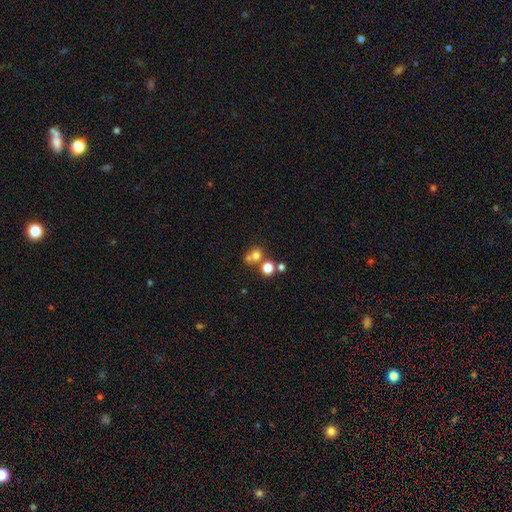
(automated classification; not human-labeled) smooth-or-featured: smooth: 71% | star or artifact: 18% | featured or disk: 12%
  how-rounded: round: 84% | in between: 15% | cigar-shaped: 1%
  merging: none: 50% | merger: 38% | minor disturbance: 7% | major disturbance: 4%